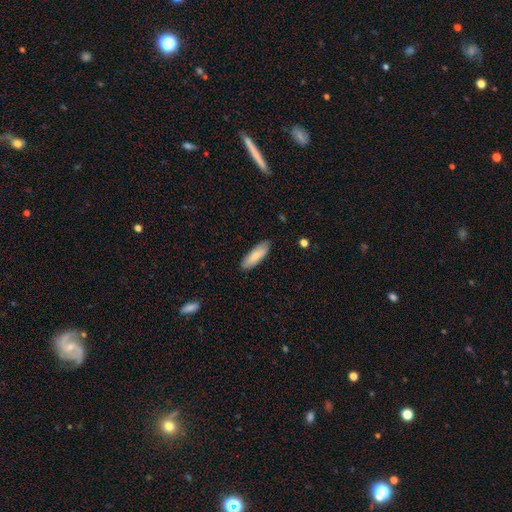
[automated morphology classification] Smooth or featured: smooth — 80% (featured or disk — 15%)
How rounded: in between — 52% (cigar-shaped — 46%)
Merging: none — 87% (minor disturbance — 10%)